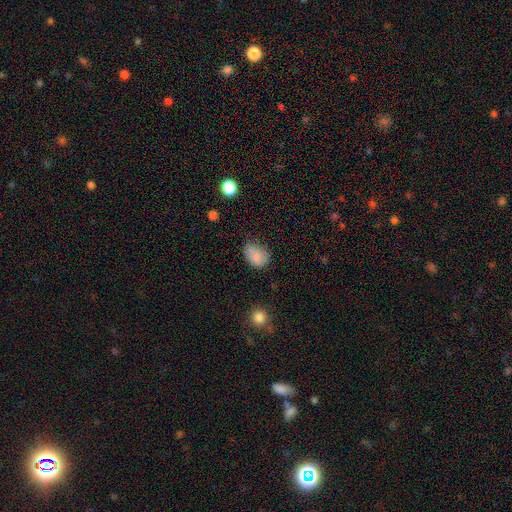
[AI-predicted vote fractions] Morphology: type=smooth (82%); roundness=in between (73%); merging=none (52%).